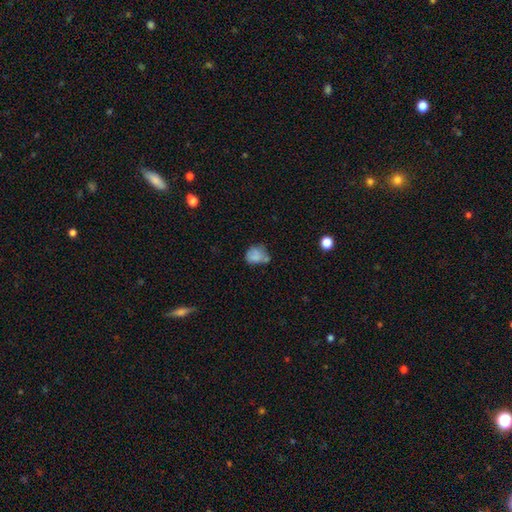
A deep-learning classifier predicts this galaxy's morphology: Smooth or featured?
  - smooth: 71% *
  - featured or disk: 18%
  - star or artifact: 11%
How rounded?
  - round: 53% *
  - in between: 46%
  - cigar-shaped: 1%
Merging?
  - none: 36% *
  - minor disturbance: 31%
  - merger: 18%
  - major disturbance: 15%